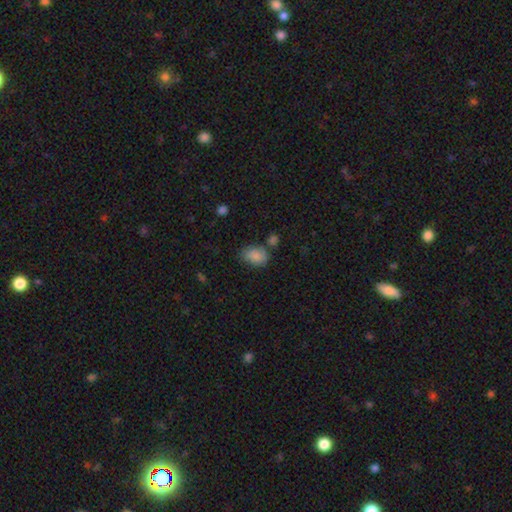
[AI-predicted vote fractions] Overall: smooth (86%). How rounded: in between (78%). Merging: none (63%).